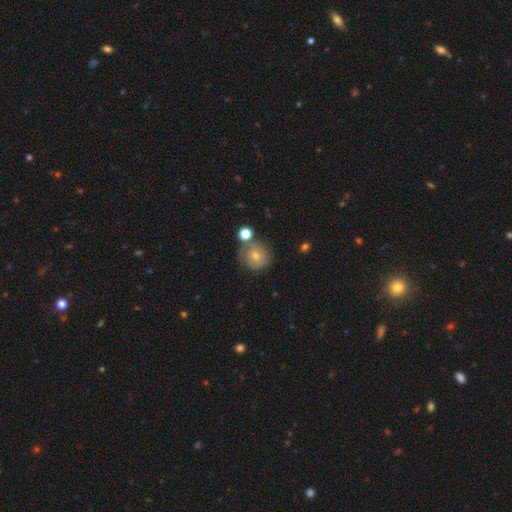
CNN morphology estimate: Smooth or featured: smooth — 57% (featured or disk — 33%)
How rounded: round — 88% (in between — 11%)
Merging: none — 58% (minor disturbance — 20%)